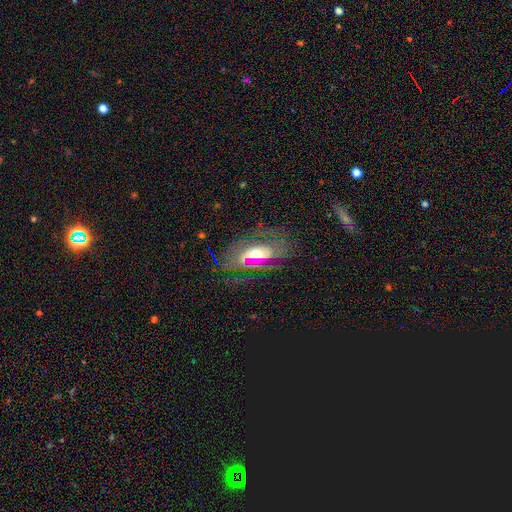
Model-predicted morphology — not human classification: The model was most divided on "spiral winding" (2-way tie): tight: 41%, medium: 41%, loose: 18%. More confident: edge-on disk — no (91%); spiral arms — yes (85%); smooth or featured — featured or disk (79%); merging — none (66%); bulge size — moderate (63%); bar — no (54%); spiral arm count — 2 (51%).